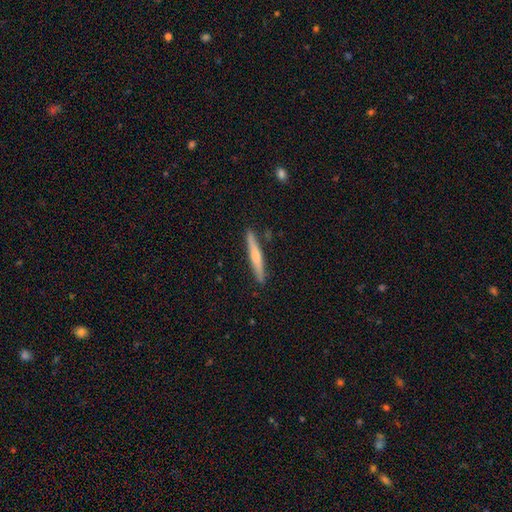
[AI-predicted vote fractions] smooth 50%, featured or disk 45%, star or artifact 6%. Down the decision tree: merging — none (90%).